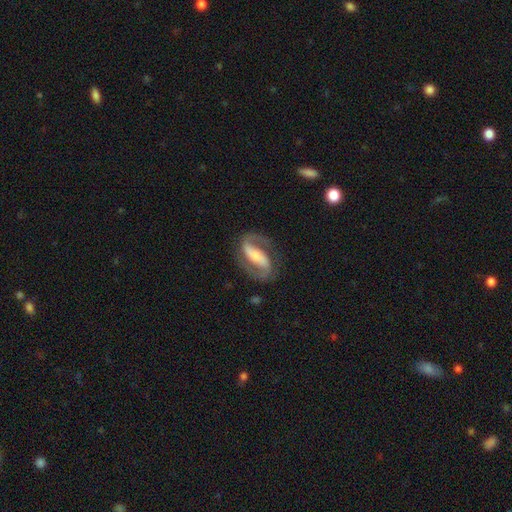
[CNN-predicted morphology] This is clearly a featured or disk galaxy (87%). It is clearly not viewed edge-on (96%). Bar: possibly strong (58%). Spiral arm pattern: clearly yes (96%). Spiral arm count: clearly 2 (91%). Spiral winding: possibly medium (50%). Central bulge: marginally small (40%, tied with moderate). Merging: likely none (78%).